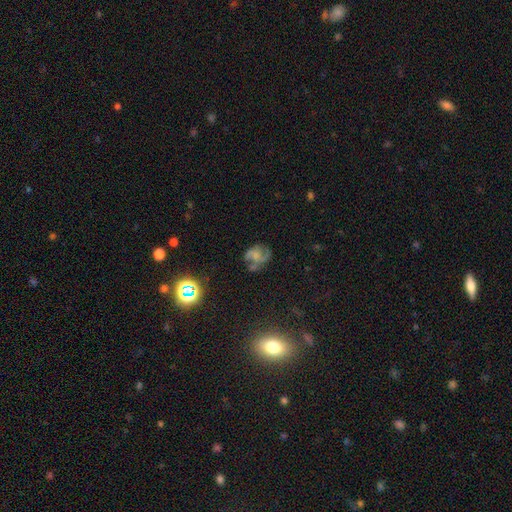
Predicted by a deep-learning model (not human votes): smooth_or_featured: featured or disk (p=0.62) [alt: smooth p=0.24]
disk_edge_on: no (p=0.98) [alt: yes p=0.02]
bar: no (p=0.70) [alt: weak p=0.25]
has_spiral_arms: yes (p=0.82) [alt: no p=0.18]
bulge_size: small (p=0.36) [alt: none p=0.31]
merging: none (p=0.53) [alt: minor disturbance p=0.23]